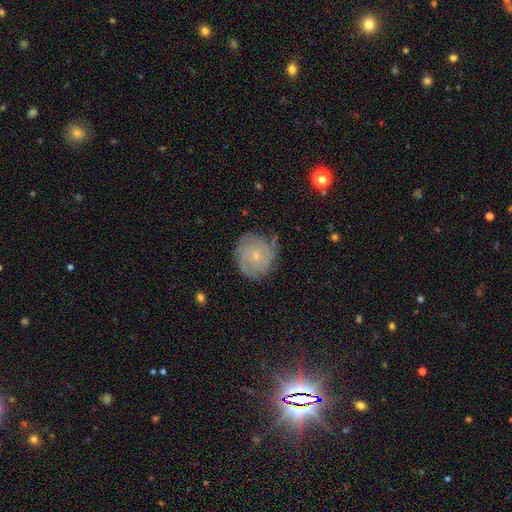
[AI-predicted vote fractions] This appears to be a featured or disk galaxy (65%) with no bar (80%), tight (66%) spiral arms (88%) and a small central bulge (77%). Merging: none (71%).